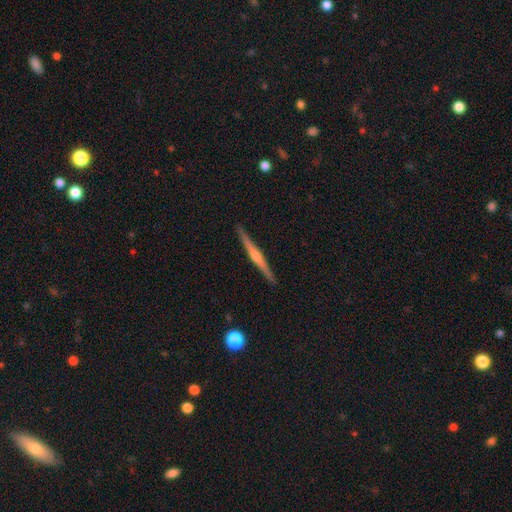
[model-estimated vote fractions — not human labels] Smooth or featured? featured or disk (79%)
Edge-on disk? yes (98%)
Edge-on bulge? rounded (75%)
Merging? none (92%)